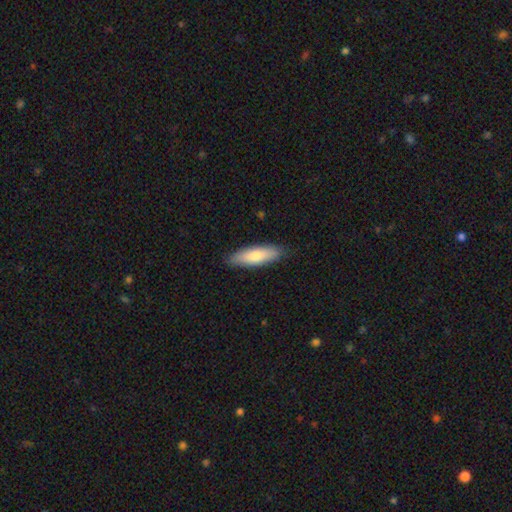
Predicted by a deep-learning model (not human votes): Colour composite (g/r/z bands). It shows a smooth galaxy with no disk features (75%) that is in between round and cigar-shaped (50%). Merging: none (85%).